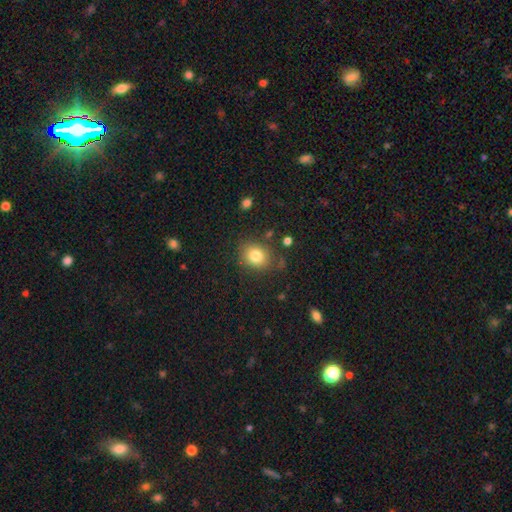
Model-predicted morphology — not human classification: The model was most divided on "how rounded": round: 55%, in between: 44%, cigar-shaped: 1%. More confident: smooth or featured — smooth (81%); merging — none (79%).